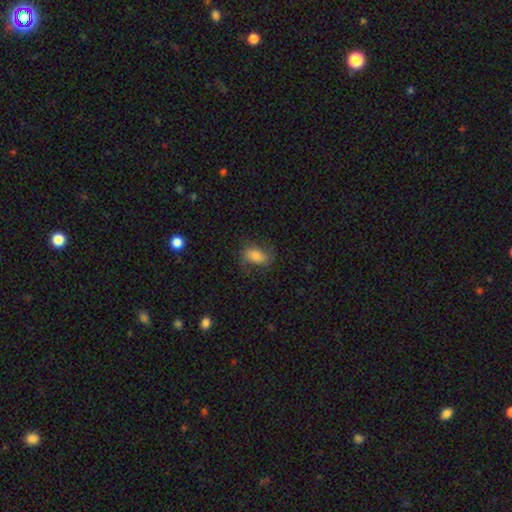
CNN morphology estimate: Smooth or featured?
  - smooth: 73% *
  - featured or disk: 19%
  - star or artifact: 9%
How rounded?
  - in between: 87% *
  - round: 9%
  - cigar-shaped: 4%
Merging?
  - none: 69% *
  - minor disturbance: 20%
  - major disturbance: 9%
  - merger: 1%